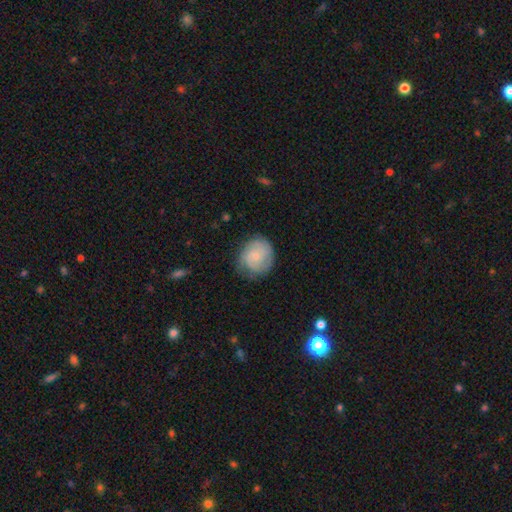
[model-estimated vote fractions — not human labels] The model was most divided on "smooth or featured": featured or disk: 51%, smooth: 42%, star or artifact: 7%. More confident: edge-on disk — no (98%); merging — none (71%).